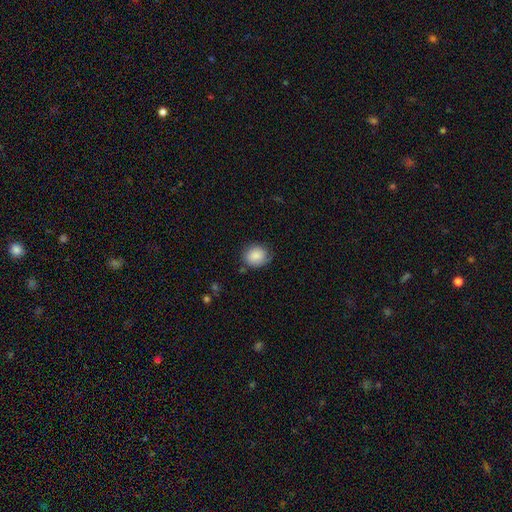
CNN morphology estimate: Smooth or featured? smooth (84%)
How rounded? round (60%)
Merging? none (69%)